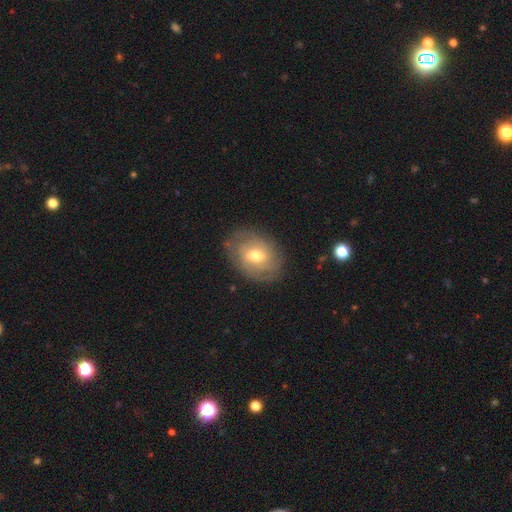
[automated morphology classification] This is possibly a featured or disk galaxy (49%). Merging: likely none (78%).